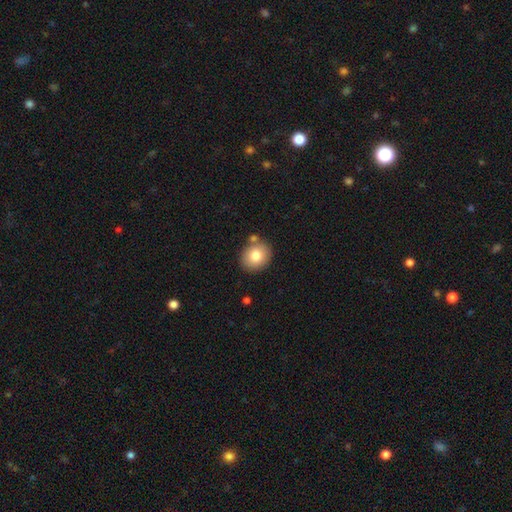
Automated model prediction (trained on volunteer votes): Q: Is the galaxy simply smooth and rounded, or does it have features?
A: smooth — 79%.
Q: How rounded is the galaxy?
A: round — 71%.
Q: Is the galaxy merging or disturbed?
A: none — 78%.